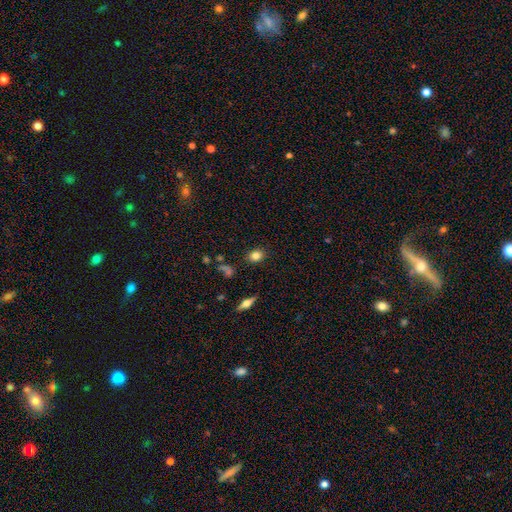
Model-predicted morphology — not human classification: A smooth galaxy with no disk features (83%) that is round (54%).

Vote fractions:
- Smooth or featured? smooth: 83% / star or artifact: 10% / featured or disk: 8%
- How rounded? round: 54% / in between: 44% / cigar-shaped: 2%
- Merging? none: 87% / minor disturbance: 9% / major disturbance: 2% / merger: 2%